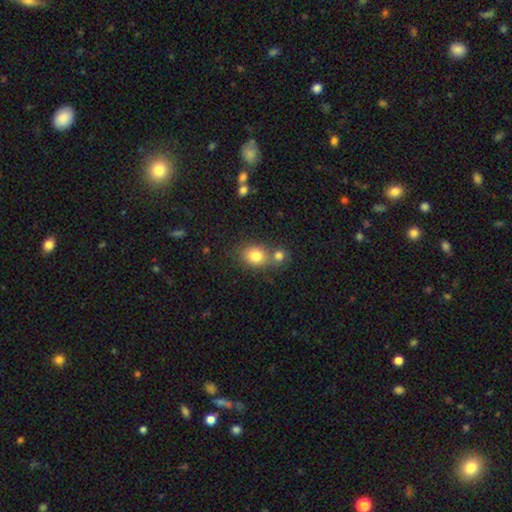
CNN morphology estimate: Smooth or featured? Predicted: smooth (p=0.79). How rounded? Predicted: round (p=0.64). Merging? Predicted: none (p=0.50).